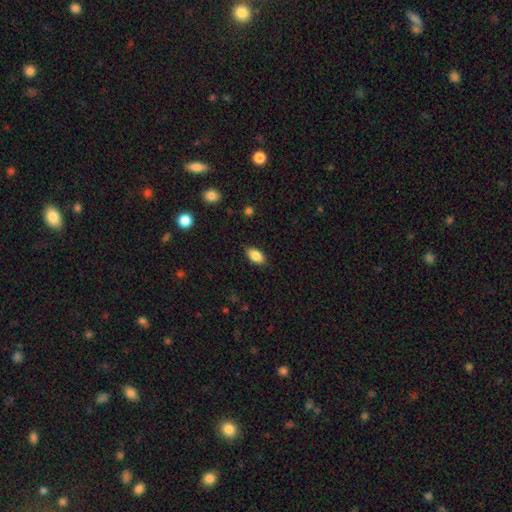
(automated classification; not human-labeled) This is clearly a smooth galaxy (86%). How rounded: clearly in between (92%). Merging: clearly none (86%).